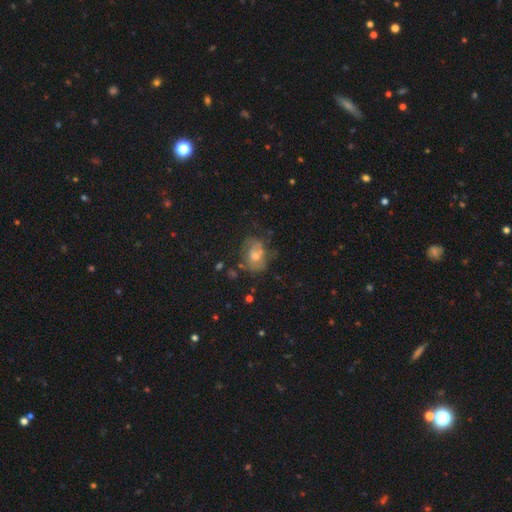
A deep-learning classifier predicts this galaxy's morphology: smooth-or-featured: smooth: 45% | featured or disk: 44% | star or artifact: 11%
  merging: none: 47% | minor disturbance: 27% | major disturbance: 18% | merger: 8%